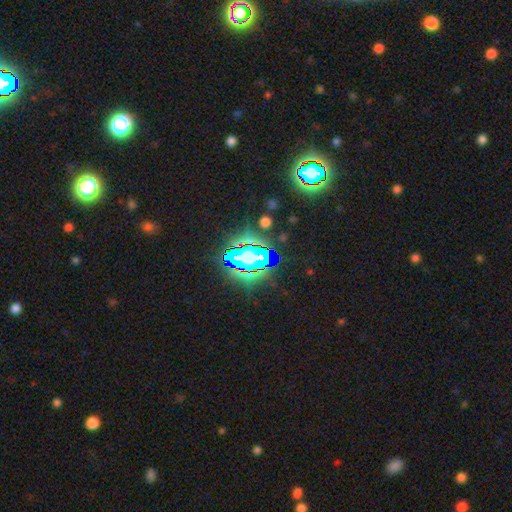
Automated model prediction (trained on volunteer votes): star or artifact 67%, smooth 18%, featured or disk 15%.